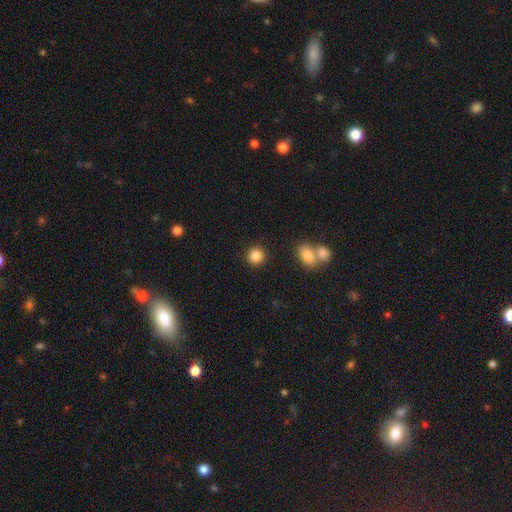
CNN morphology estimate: A smooth galaxy with no disk features (86%) that is round (90%). Merging: none (87%).